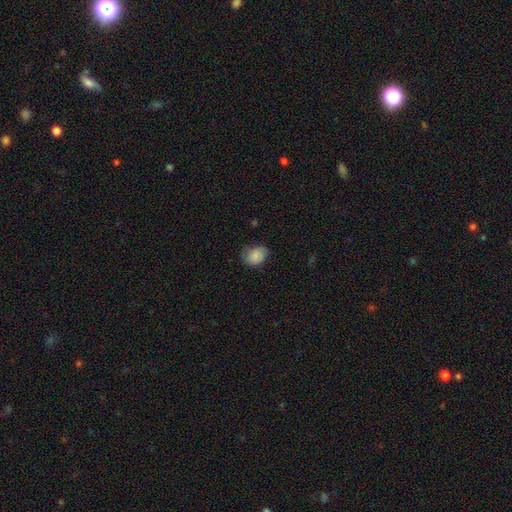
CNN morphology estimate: smooth_or_featured: smooth (p=0.81) [alt: featured or disk p=0.11]
how_rounded: in between (p=0.59) [alt: round p=0.40]
merging: none (p=0.64) [alt: minor disturbance p=0.28]